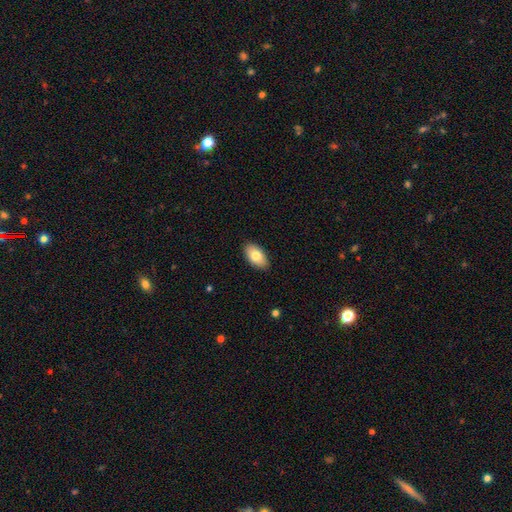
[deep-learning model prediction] Smooth or featured? smooth (78%)
How rounded? in between (94%)
Merging? none (89%)